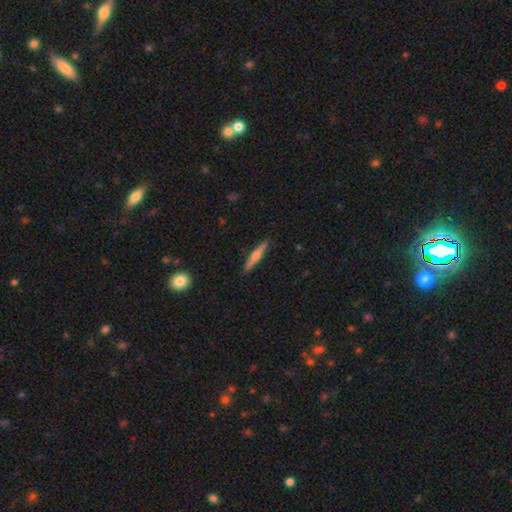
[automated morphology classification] Q: Smooth or featured?
A: featured or disk (55%); runner-up: smooth (39%)
Q: Edge-on disk?
A: yes (97%); runner-up: no (3%)
Q: Edge-on bulge?
A: rounded (84%); runner-up: none (9%)
Q: Merging?
A: none (91%); runner-up: minor disturbance (7%)